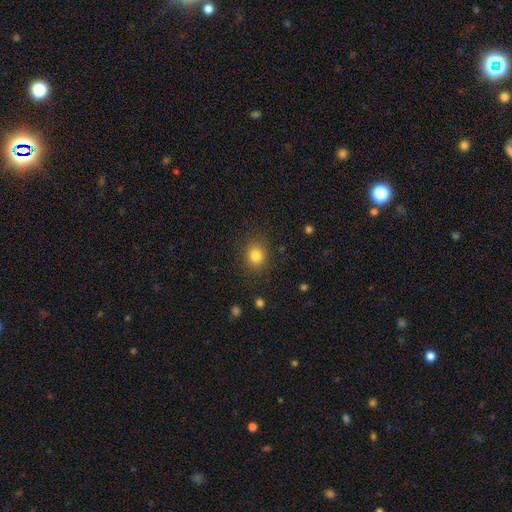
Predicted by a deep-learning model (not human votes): This is clearly a smooth galaxy (83%). How rounded: likely round (66%). Merging: clearly none (86%).